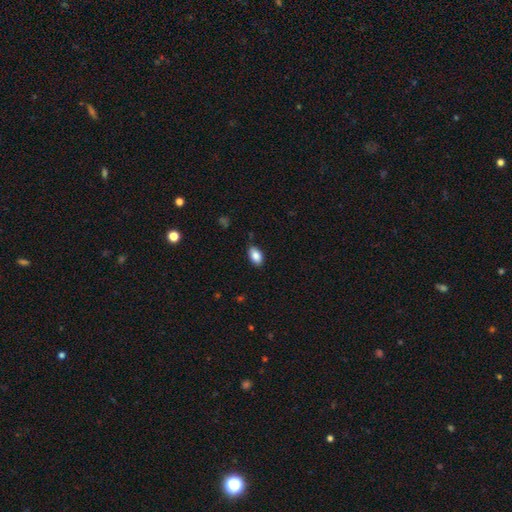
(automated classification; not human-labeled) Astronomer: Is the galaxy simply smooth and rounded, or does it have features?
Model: smooth — 87%.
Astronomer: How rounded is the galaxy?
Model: in between — 93%.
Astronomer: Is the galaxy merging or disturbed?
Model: none — 83%.